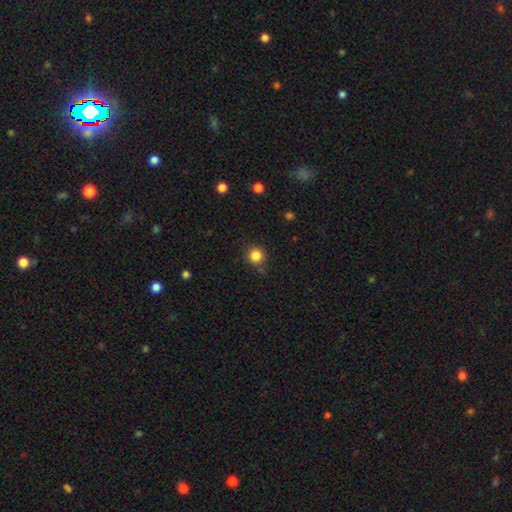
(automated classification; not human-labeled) A smooth galaxy with no disk features (85%) that is round (95%). Merging: none (87%).